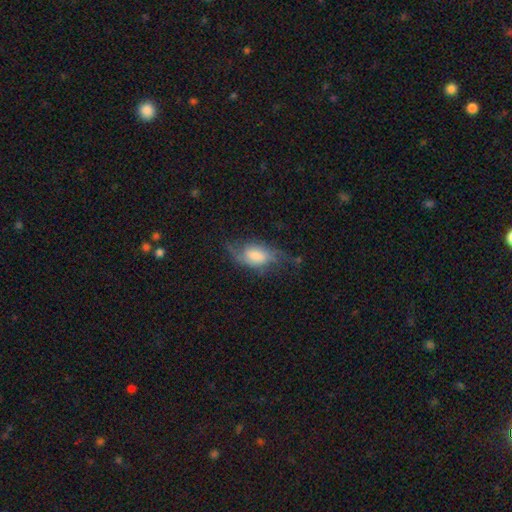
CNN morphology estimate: Overall: featured or disk (59%; smooth 32%). Edge-on disk: no (91%). Bar: no (54%; weak 37%). Spiral arms: yes (88%). Bulge size: moderate (39%; large 25%). Merging: none (54%; minor disturbance 26%).